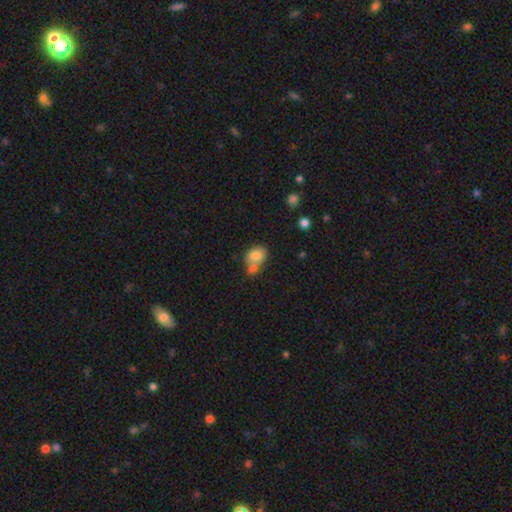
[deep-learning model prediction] Morphology: type=smooth (77%); roundness=in between (61%); merging=merger (45%).